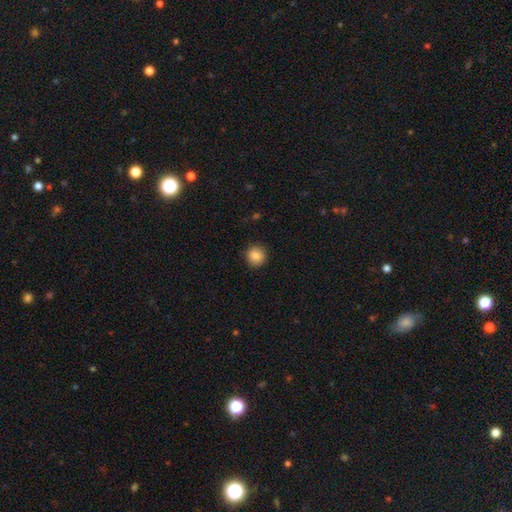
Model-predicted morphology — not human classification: Q: Smooth or featured?
A: smooth (86%); runner-up: star or artifact (9%)
Q: How rounded?
A: round (87%); runner-up: in between (12%)
Q: Merging?
A: none (90%); runner-up: minor disturbance (7%)